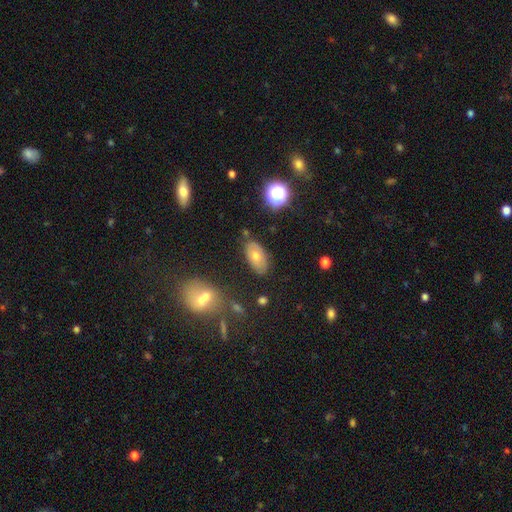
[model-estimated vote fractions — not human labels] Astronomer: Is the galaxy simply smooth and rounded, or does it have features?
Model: smooth — 58%.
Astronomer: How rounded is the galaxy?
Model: in between — 92%.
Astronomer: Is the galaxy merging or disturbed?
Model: none — 78%.